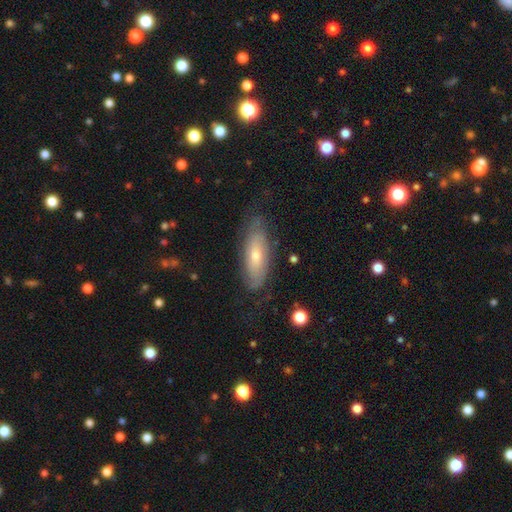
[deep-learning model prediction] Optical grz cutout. It shows a featured or disk galaxy (55%). Merging: none (72%).